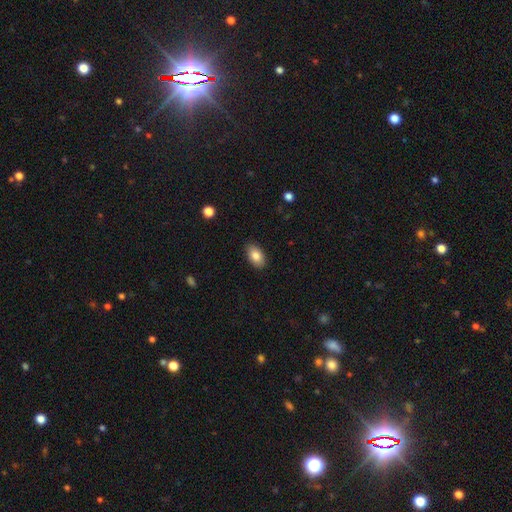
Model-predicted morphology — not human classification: smooth-or-featured: smooth: 84% | featured or disk: 9% | star or artifact: 7%
  how-rounded: in between: 92% | round: 6% | cigar-shaped: 2%
  merging: none: 87% | minor disturbance: 9% | major disturbance: 2% | merger: 1%